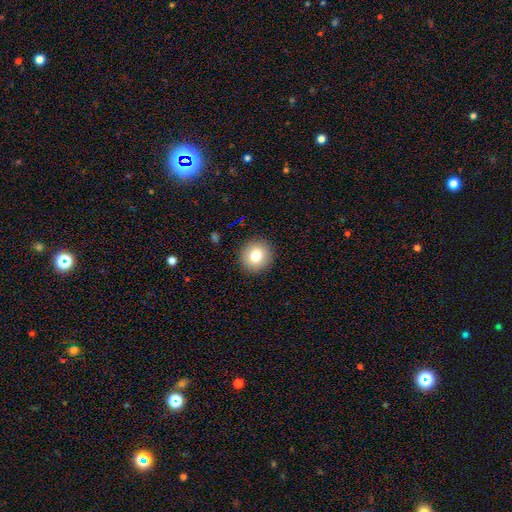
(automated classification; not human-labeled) A smooth galaxy with no disk features (79%) that is round (90%). Merging: none (91%).